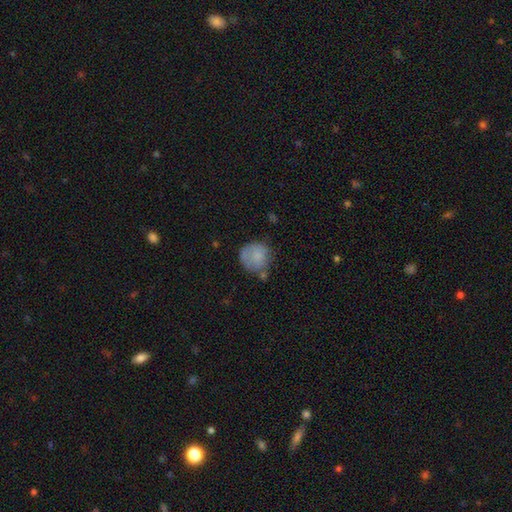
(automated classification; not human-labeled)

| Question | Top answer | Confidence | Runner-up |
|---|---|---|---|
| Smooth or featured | smooth | 77% | featured or disk (15%) |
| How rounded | round | 87% | in between (12%) |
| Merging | none | 52% | minor disturbance (27%) |